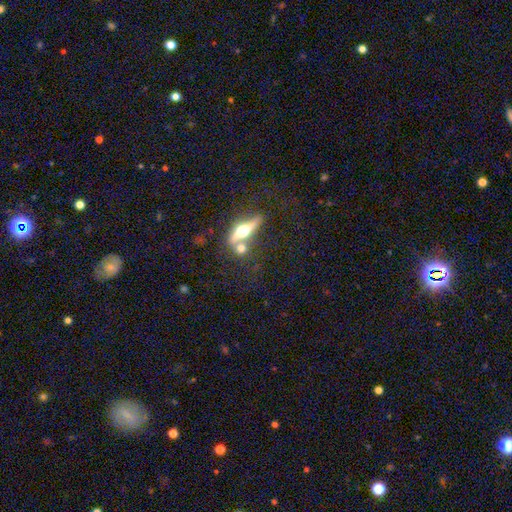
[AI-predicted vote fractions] A smooth galaxy with no disk features (40%).

Vote fractions:
- Smooth or featured? smooth: 40% / star or artifact: 35% / featured or disk: 25%
- Merging? none: 39% / merger: 35% / major disturbance: 14% / minor disturbance: 13%